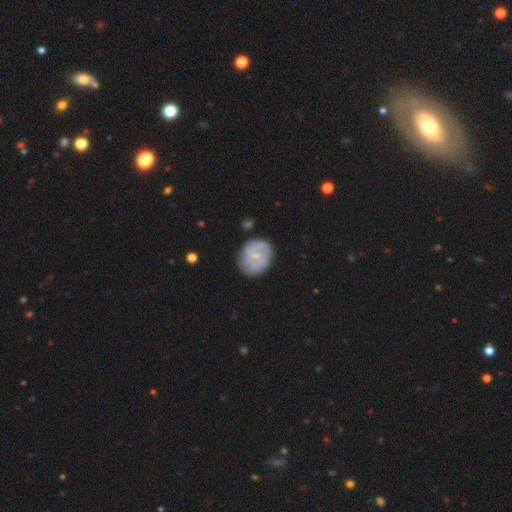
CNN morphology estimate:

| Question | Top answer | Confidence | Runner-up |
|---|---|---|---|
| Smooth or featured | featured or disk | 47% | tied: smooth (47%) |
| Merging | none | 65% | minor disturbance (24%) |